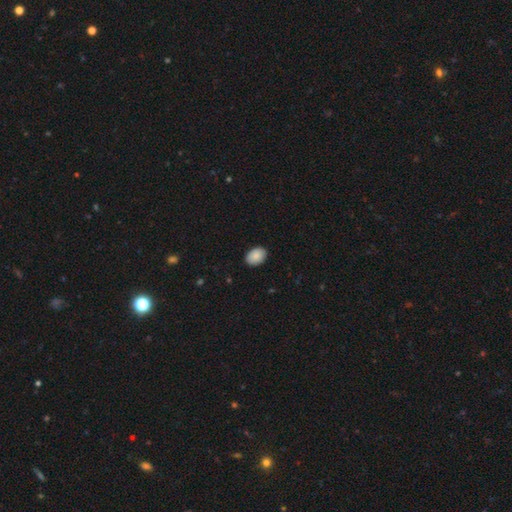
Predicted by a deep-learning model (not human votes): A smooth galaxy with no disk features (89%) that is in between round and cigar-shaped (82%). Merging: none (89%).